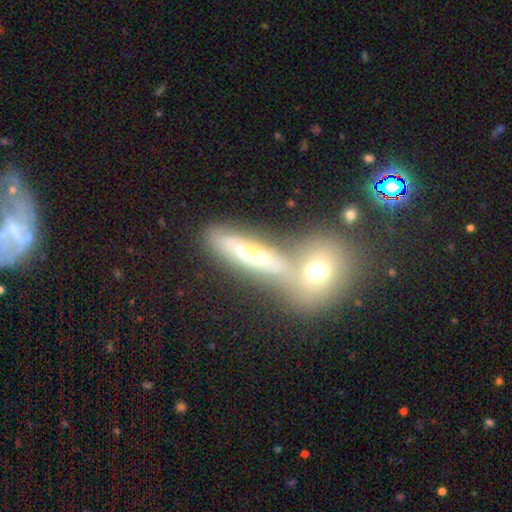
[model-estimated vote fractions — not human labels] smooth-or-featured: featured or disk: 46% | smooth: 43% | star or artifact: 11%
  merging: none: 43% | merger: 39% | minor disturbance: 12% | major disturbance: 6%